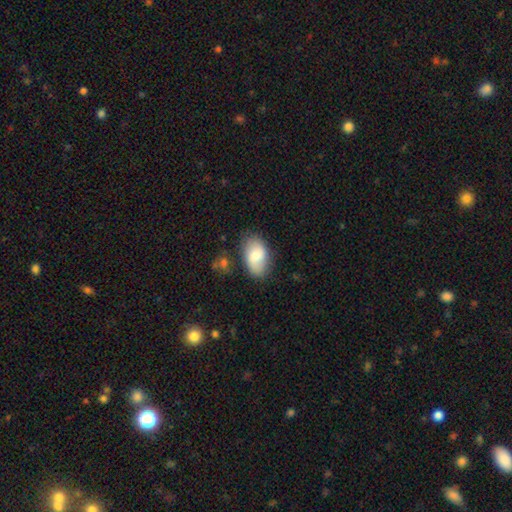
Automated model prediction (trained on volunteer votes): Morphology: type=smooth (72%); roundness=in between (93%); merging=none (73%).